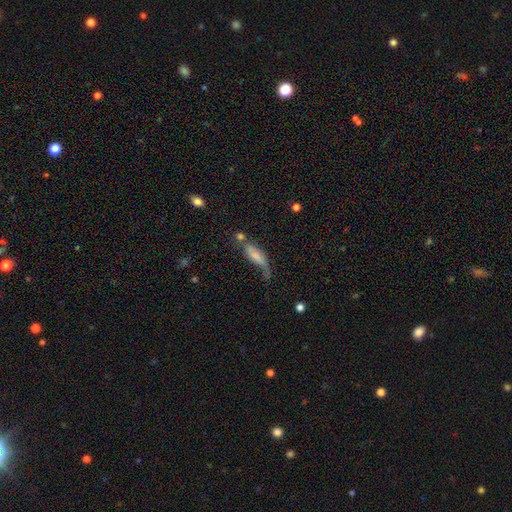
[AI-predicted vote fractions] smooth_or_featured: smooth (p=0.61) [alt: featured or disk p=0.31]
how_rounded: in between (p=0.57) [alt: cigar-shaped p=0.41]
merging: none (p=0.28) [alt: major disturbance p=0.27]